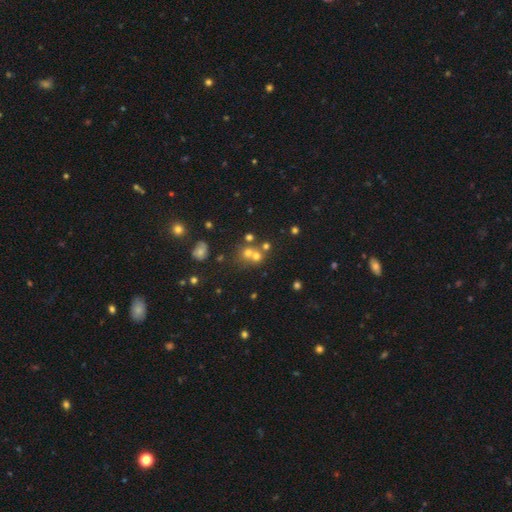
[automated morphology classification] Overall: smooth (59%; star or artifact 24%). How rounded: round (82%). Merging: none (45%; merger 43%).